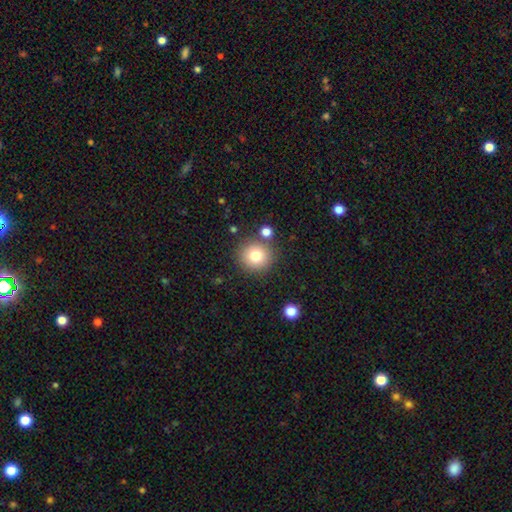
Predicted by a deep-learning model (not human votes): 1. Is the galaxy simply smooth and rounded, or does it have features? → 77% smooth, 12% star or artifact, 10% featured or disk.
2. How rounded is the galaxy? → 93% round, 6% in between, 1% cigar-shaped.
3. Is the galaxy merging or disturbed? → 82% none, 8% minor disturbance, 7% merger, 3% major disturbance.